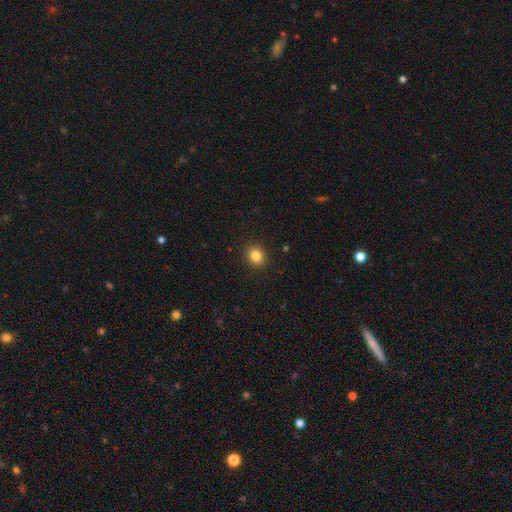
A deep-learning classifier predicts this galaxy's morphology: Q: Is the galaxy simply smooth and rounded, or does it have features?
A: smooth — 83%.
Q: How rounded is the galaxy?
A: round — 78%.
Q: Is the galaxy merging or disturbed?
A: none — 92%.